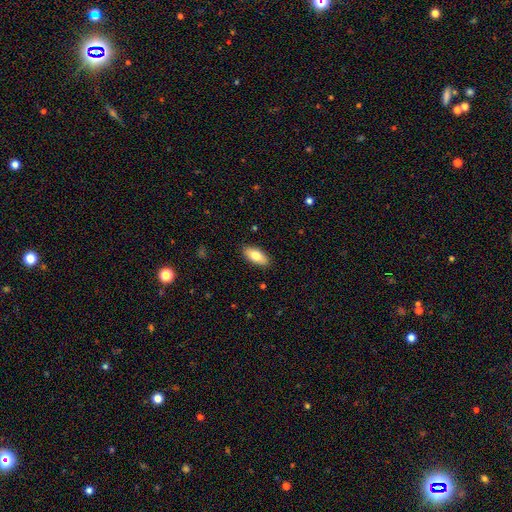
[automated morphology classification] Smooth or featured?
  - smooth: 79% *
  - featured or disk: 14%
  - star or artifact: 6%
How rounded?
  - in between: 88% *
  - cigar-shaped: 9%
  - round: 2%
Merging?
  - none: 89% *
  - minor disturbance: 8%
  - major disturbance: 2%
  - merger: 1%